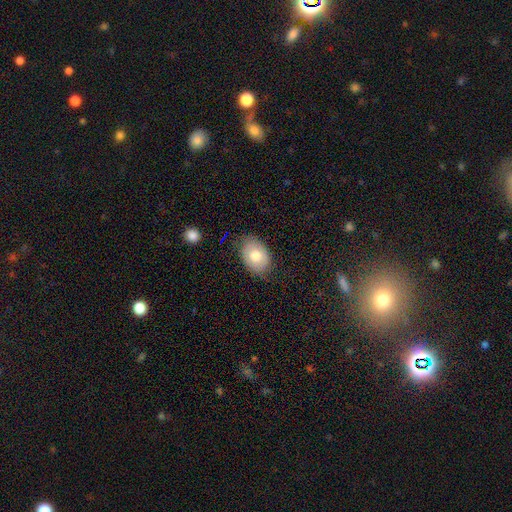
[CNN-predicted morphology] Overall: smooth (70%). How rounded: in between (78%). Merging: none (75%).